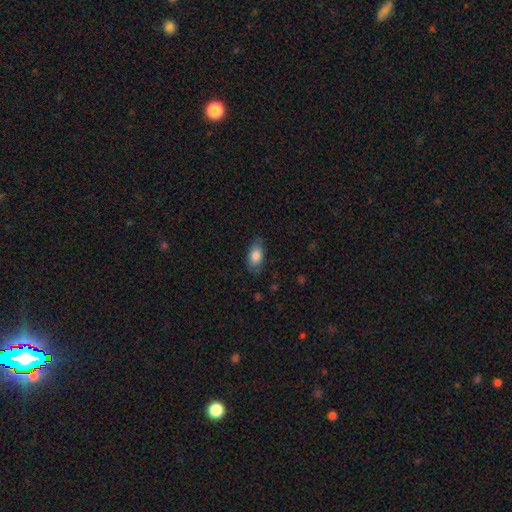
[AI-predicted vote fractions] Morphology: type=smooth (82%); roundness=in between (89%); merging=none (76%).